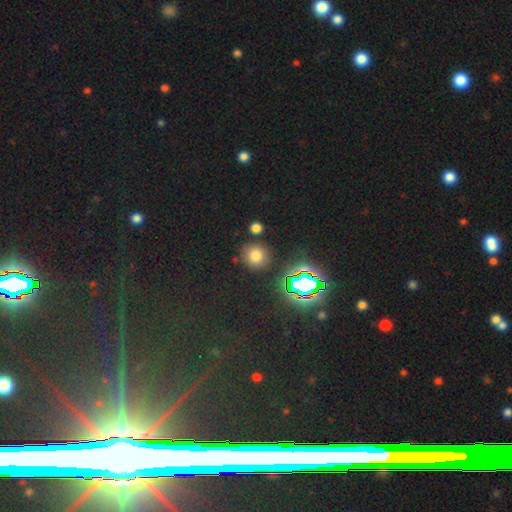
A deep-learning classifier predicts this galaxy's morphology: The model was most divided on "smooth or featured": smooth: 71%, star or artifact: 22%, featured or disk: 7%. More confident: how rounded — round (89%); merging — none (83%).